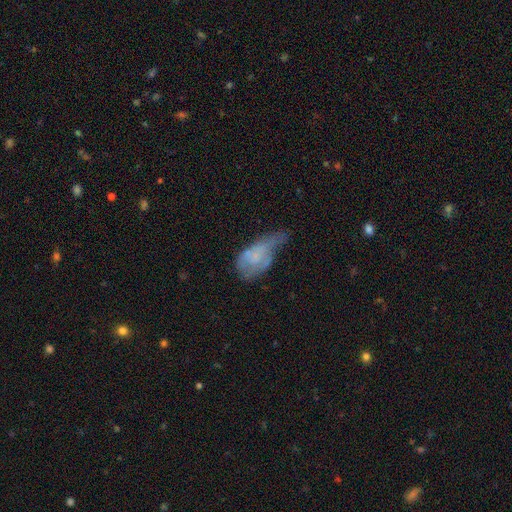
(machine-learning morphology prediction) Smooth or featured? smooth (53%)
How rounded? in between (87%)
Merging? major disturbance (42%)